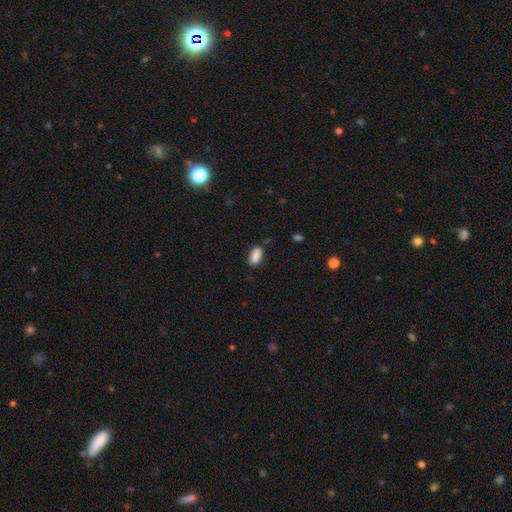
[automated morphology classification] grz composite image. It shows a smooth galaxy with no disk features (87%) that is in between round and cigar-shaped (91%). Merging: none (82%).